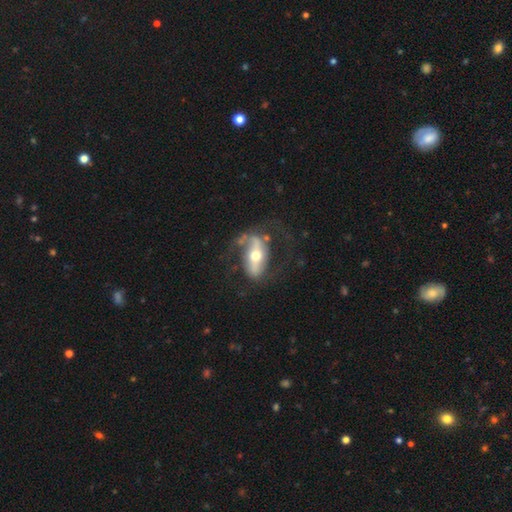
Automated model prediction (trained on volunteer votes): smooth-or-featured: featured or disk: 75% | smooth: 20% | star or artifact: 6%
  disk-edge-on: no: 86% | yes: 14%
    bar: strong: 54% | weak: 23% | no: 22%
    has-spiral-arms: yes: 77% | no: 23%
    bulge-size: moderate: 69% | small: 20% | large: 8% | dominant: 1% | none: 1%
  merging: none: 58% | major disturbance: 20% | minor disturbance: 19% | merger: 3%